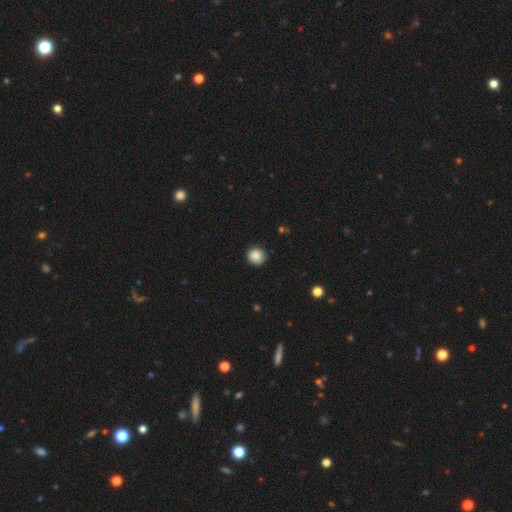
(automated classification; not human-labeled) This appears to be a smooth galaxy with no disk features (87%) that is round (90%). Merging: none (89%).